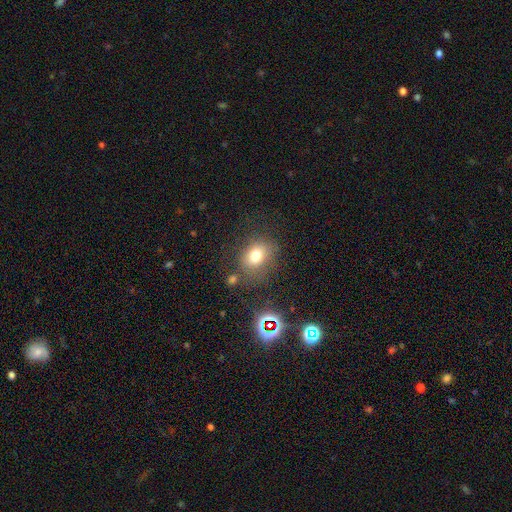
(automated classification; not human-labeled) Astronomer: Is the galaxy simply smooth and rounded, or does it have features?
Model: smooth — 74%.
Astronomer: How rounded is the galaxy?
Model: in between — 50% (runner-up: round, 49%).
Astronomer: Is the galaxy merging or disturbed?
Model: none — 68%.